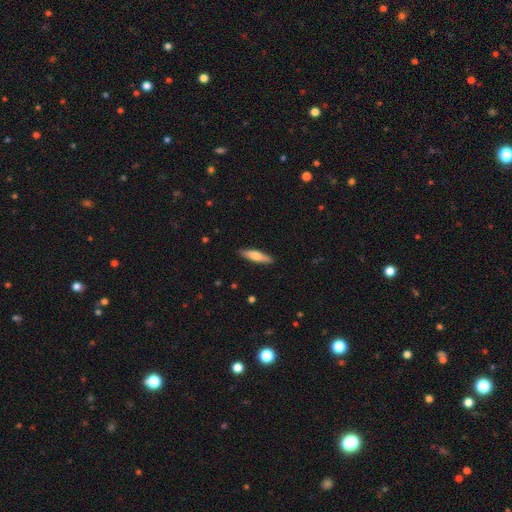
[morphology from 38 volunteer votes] A smooth galaxy with no disk features (63%) that is cigar-shaped (71%).

Vote fractions:
- Smooth or featured? smooth: 63% / featured or disk: 34% / star or artifact: 3%
- How rounded? cigar-shaped: 71% / in between: 29% / round: 0%
- Merging? none: 95% / minor disturbance: 3% / major disturbance: 3% / merger: 0%